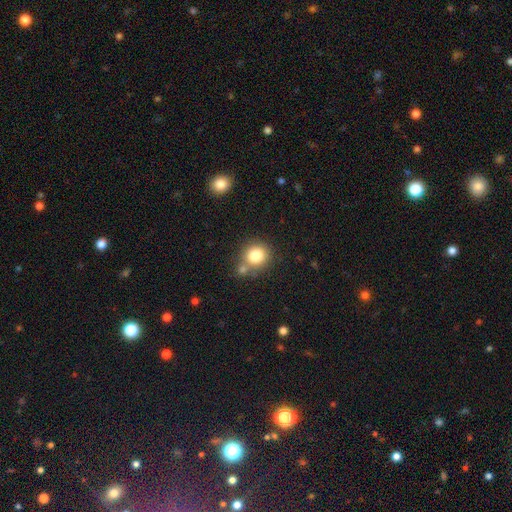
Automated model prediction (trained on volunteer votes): Smooth or featured? Predicted: smooth (p=0.81). How rounded? Predicted: round (p=0.85). Merging? Predicted: none (p=0.65).